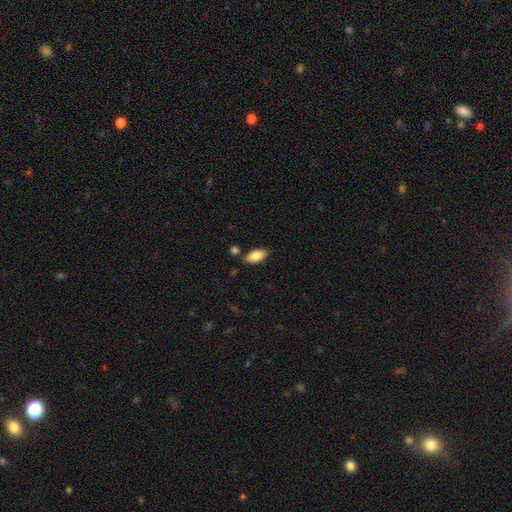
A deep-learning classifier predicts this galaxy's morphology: This is clearly a smooth galaxy (82%). How rounded: clearly in between (90%). Merging: clearly none (82%).